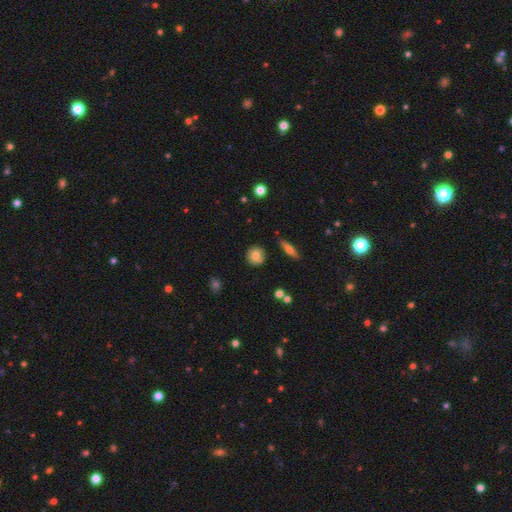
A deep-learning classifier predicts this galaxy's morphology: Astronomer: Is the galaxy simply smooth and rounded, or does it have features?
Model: smooth — 72%.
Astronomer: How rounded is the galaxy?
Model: round — 86%.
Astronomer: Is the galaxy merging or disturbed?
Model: none — 82%.